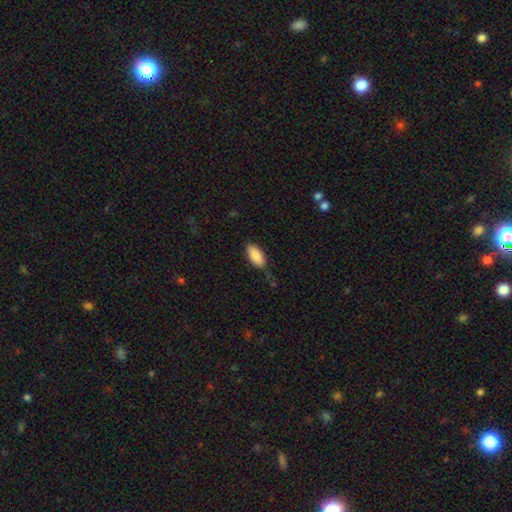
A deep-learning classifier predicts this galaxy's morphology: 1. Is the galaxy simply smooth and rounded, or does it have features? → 89% smooth, 6% star or artifact, 5% featured or disk.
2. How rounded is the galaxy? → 91% in between, 8% cigar-shaped, 2% round.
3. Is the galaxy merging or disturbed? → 79% none, 16% minor disturbance, 3% major disturbance, 2% merger.